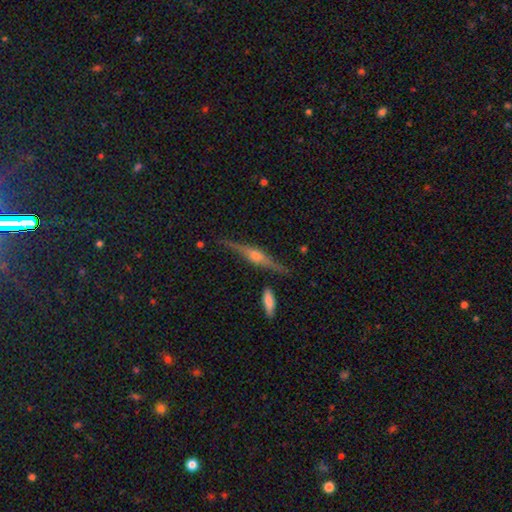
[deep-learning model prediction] smooth_or_featured: featured or disk (p=0.85) [alt: smooth p=0.08]
disk_edge_on: yes (p=0.98) [alt: no p=0.02]
edge_on_bulge: rounded (p=0.91) [alt: boxy p=0.06]
merging: none (p=0.86) [alt: minor disturbance p=0.08]